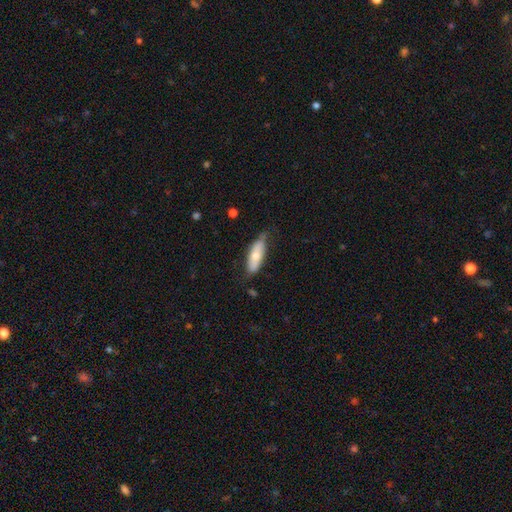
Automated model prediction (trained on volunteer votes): A smooth galaxy with no disk features (65%) that is in between round and cigar-shaped (66%).

Vote fractions:
- Smooth or featured? smooth: 65% / featured or disk: 29% / star or artifact: 6%
- How rounded? in between: 66% / cigar-shaped: 32% / round: 2%
- Merging? none: 65% / minor disturbance: 26% / major disturbance: 6% / merger: 2%